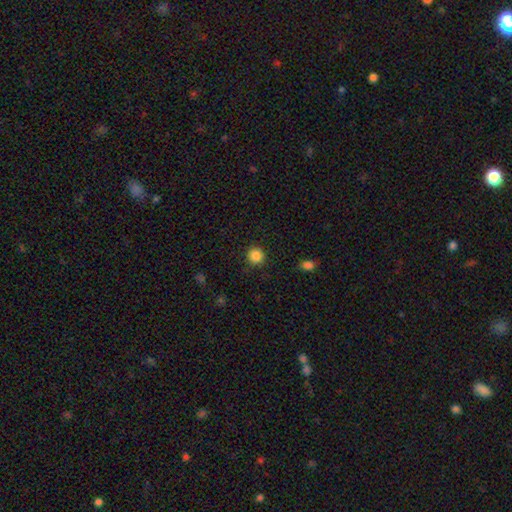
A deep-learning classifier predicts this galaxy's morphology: This appears to be a smooth galaxy with no disk features (86%) that is round (93%). Merging: none (91%).